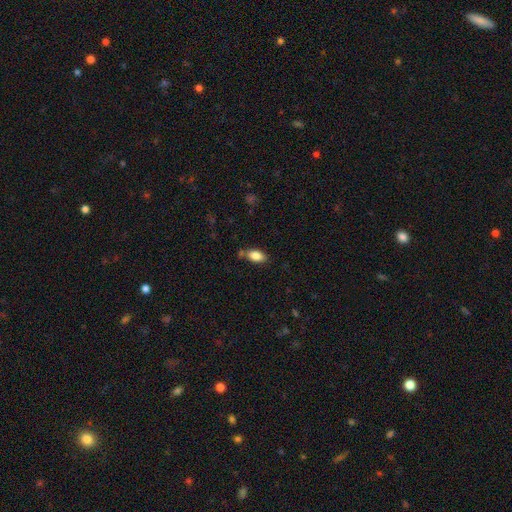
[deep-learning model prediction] This appears to be a smooth galaxy with no disk features (84%) that is in between round and cigar-shaped (91%). Merging: none (71%).